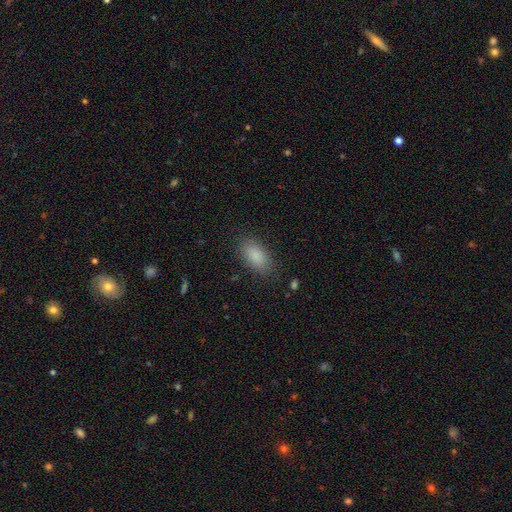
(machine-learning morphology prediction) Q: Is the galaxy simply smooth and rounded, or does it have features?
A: smooth — 87%.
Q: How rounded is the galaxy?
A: in between — 92%.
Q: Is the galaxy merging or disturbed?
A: none — 85%.